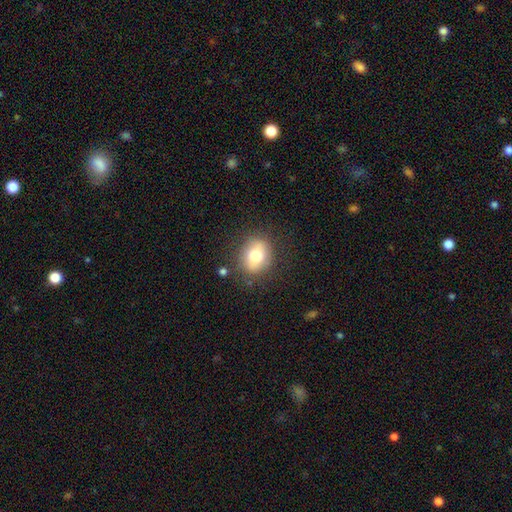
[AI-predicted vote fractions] smooth-or-featured: smooth: 70% | featured or disk: 21% | star or artifact: 9%
  how-rounded: round: 61% | in between: 38% | cigar-shaped: 2%
  merging: none: 82% | minor disturbance: 12% | major disturbance: 4% | merger: 2%